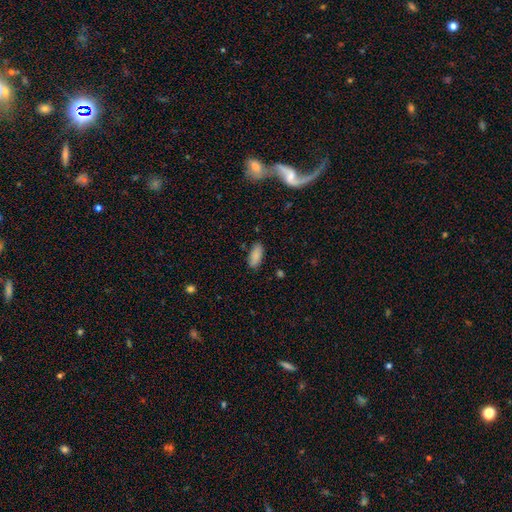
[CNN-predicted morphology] The model was most divided on "merging": none: 83%, minor disturbance: 12%, major disturbance: 3%, merger: 2%. More confident: smooth or featured — smooth (87%); how rounded — in between (86%).